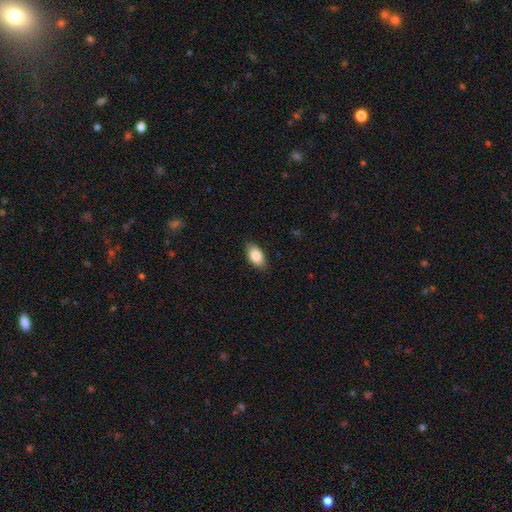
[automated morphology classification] Q: Smooth or featured?
A: smooth (86%); runner-up: featured or disk (7%)
Q: How rounded?
A: in between (92%); runner-up: round (5%)
Q: Merging?
A: none (85%); runner-up: minor disturbance (12%)